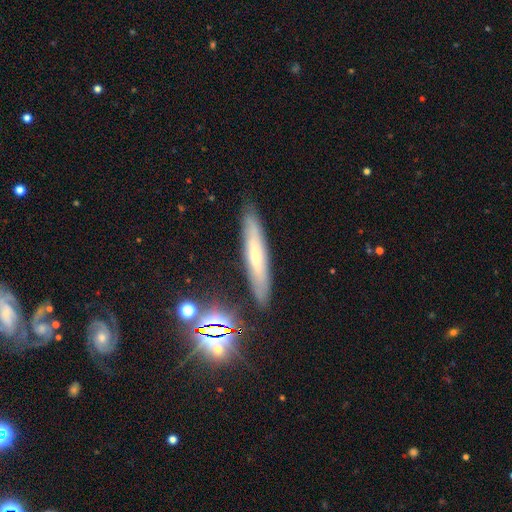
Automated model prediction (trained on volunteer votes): Q: Smooth or featured?
A: smooth (47%); runner-up: featured or disk (41%)
Q: Merging?
A: none (86%); runner-up: minor disturbance (10%)